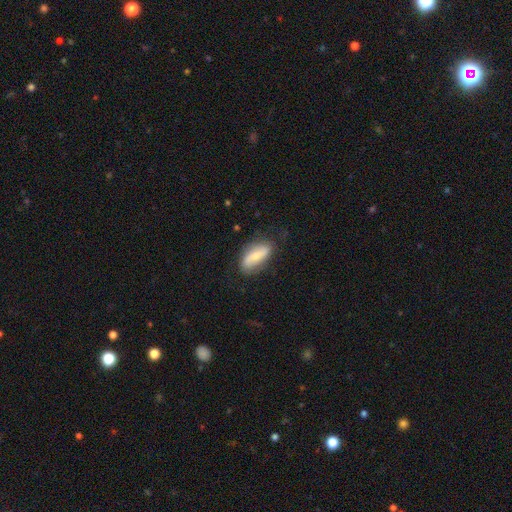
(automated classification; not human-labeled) A smooth galaxy with no disk features (49%).

Vote fractions:
- Smooth or featured? smooth: 49% / featured or disk: 45% / star or artifact: 6%
- Merging? none: 74% / minor disturbance: 20% / major disturbance: 5% / merger: 2%